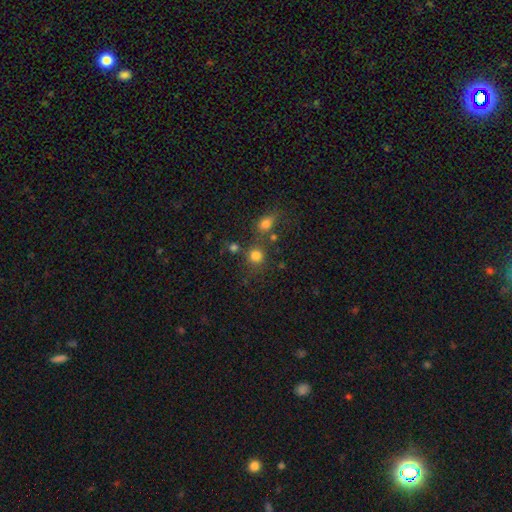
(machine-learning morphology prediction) This is likely a smooth galaxy (79%). How rounded: clearly round (85%). Merging: likely none (67%).